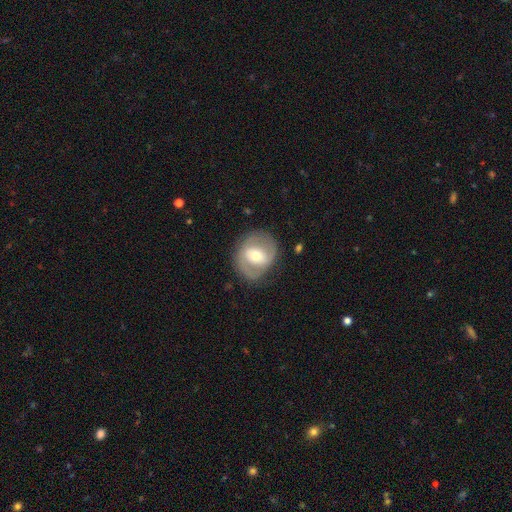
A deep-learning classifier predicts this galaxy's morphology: A featured or disk galaxy (63%) with a weak bar (39%), spiral arms (62%) and a moderate central bulge (63%). Merging: none (76%).